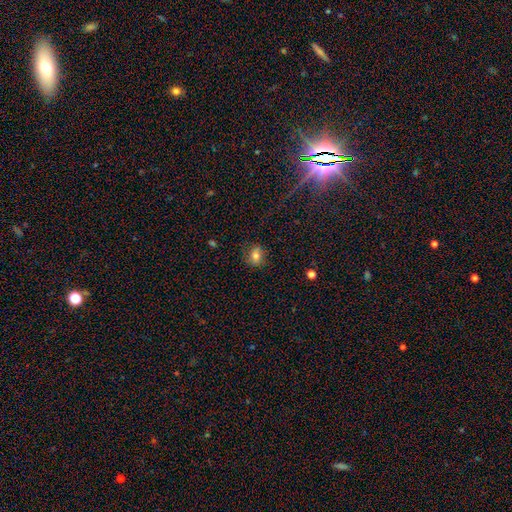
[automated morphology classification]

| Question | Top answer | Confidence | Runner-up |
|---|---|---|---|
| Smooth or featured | smooth | 74% | featured or disk (13%) |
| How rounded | round | 55% | in between (44%) |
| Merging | none | 76% | minor disturbance (17%) |